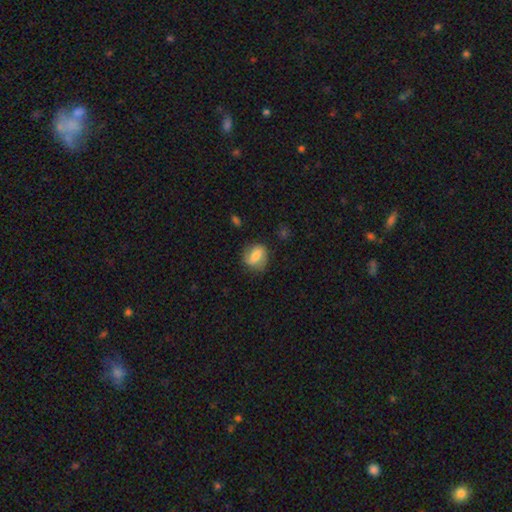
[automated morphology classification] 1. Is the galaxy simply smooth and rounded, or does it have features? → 61% smooth, 31% featured or disk, 8% star or artifact.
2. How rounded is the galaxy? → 51% round, 48% in between, 2% cigar-shaped.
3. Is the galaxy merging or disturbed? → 69% none, 22% minor disturbance, 7% major disturbance, 2% merger.